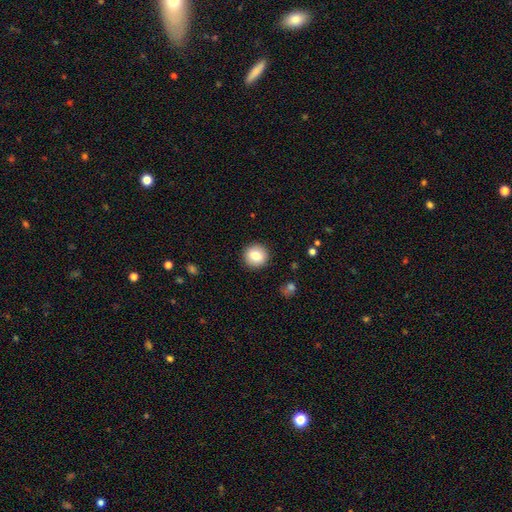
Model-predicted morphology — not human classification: Smooth or featured?
  - smooth: 81% *
  - featured or disk: 11%
  - star or artifact: 9%
How rounded?
  - round: 91% *
  - in between: 8%
  - cigar-shaped: 1%
Merging?
  - none: 91% *
  - minor disturbance: 6%
  - major disturbance: 2%
  - merger: 1%